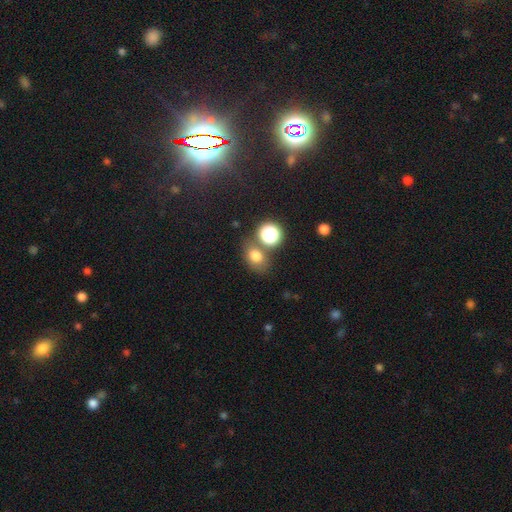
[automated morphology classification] Q: Smooth or featured?
A: smooth (74%); runner-up: star or artifact (17%)
Q: How rounded?
A: in between (57%); runner-up: round (42%)
Q: Merging?
A: none (64%); runner-up: merger (17%)